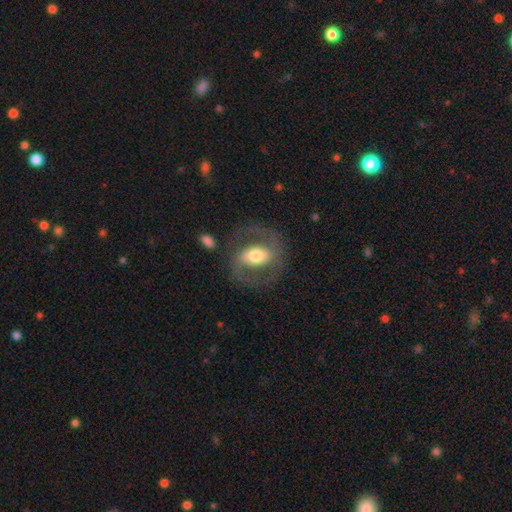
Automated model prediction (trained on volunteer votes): Smooth or featured? featured or disk (71%)
Edge-on disk? no (95%)
Bar? strong (41%)
Spiral arms? yes (66%)
Bulge size? moderate (58%)
Merging? none (72%)